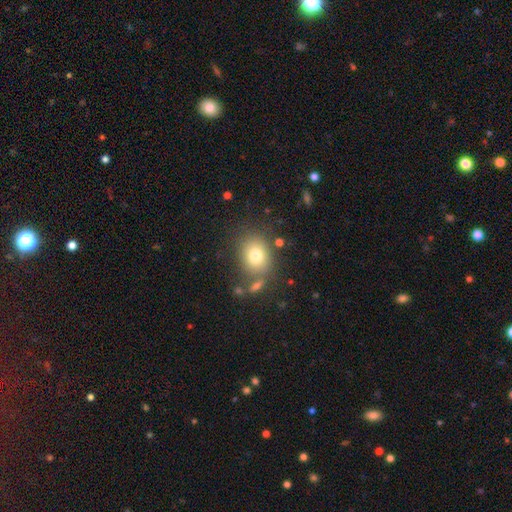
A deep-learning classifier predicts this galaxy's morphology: Smooth or featured?
  - smooth: 75% *
  - featured or disk: 13%
  - star or artifact: 12%
How rounded?
  - round: 59% *
  - in between: 40%
  - cigar-shaped: 1%
Merging?
  - none: 74% *
  - minor disturbance: 12%
  - merger: 8%
  - major disturbance: 6%